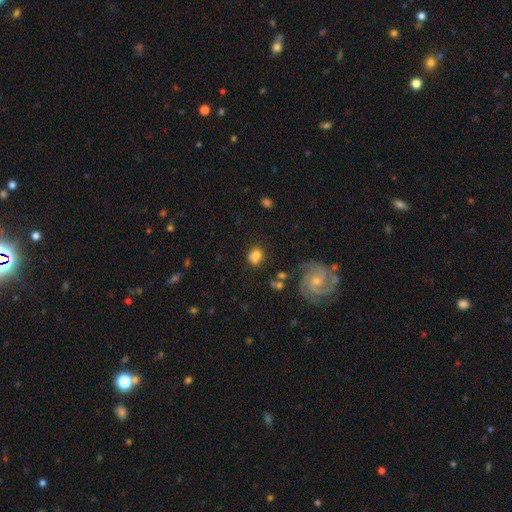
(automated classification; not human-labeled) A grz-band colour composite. It shows a smooth galaxy with no disk features (69%) that is round (68%). Merging: none (53%).